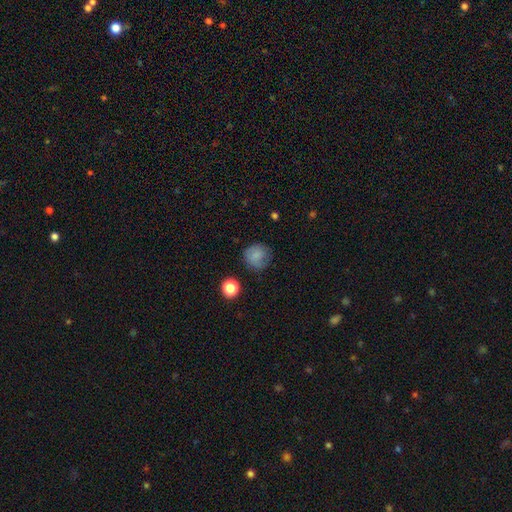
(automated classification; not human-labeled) This appears to be a smooth galaxy with no disk features (81%) that is round (89%). Merging: none (74%).